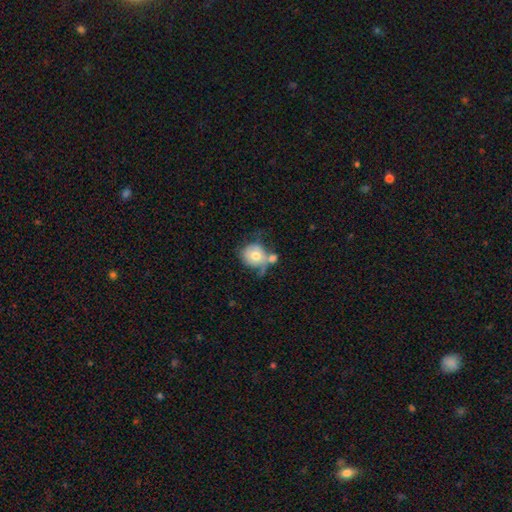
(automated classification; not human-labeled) Morphology: type=smooth (61%); roundness=round (75%); merging=merger (35%).